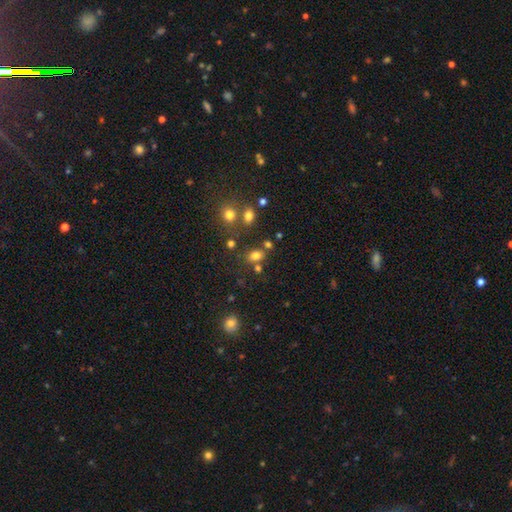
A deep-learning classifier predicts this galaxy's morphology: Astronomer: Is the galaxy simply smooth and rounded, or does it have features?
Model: smooth — 76%.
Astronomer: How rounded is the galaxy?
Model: in between — 70%.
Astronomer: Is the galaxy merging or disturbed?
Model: none — 65%.